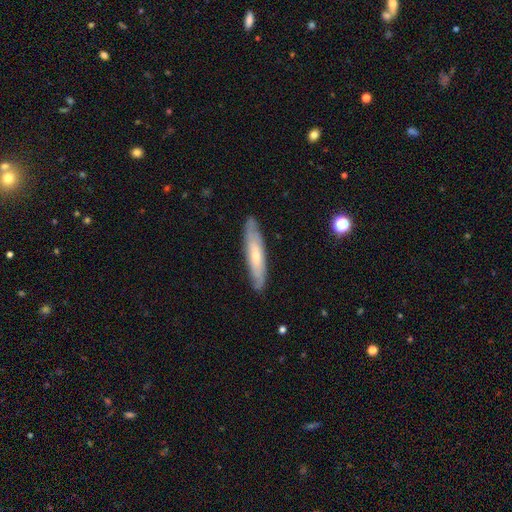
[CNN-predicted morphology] A featured or disk galaxy (52%) viewed edge-on (59%).

Vote fractions:
- Smooth or featured? featured or disk: 52% / smooth: 42% / star or artifact: 6%
- Edge-on disk? yes: 59% / no: 41%
- Merging? none: 85% / minor disturbance: 12% / major disturbance: 2% / merger: 1%